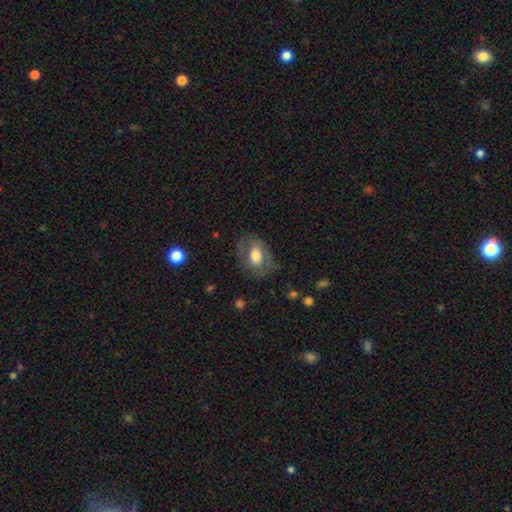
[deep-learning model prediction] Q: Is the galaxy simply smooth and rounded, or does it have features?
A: smooth — 57%.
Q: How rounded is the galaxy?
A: in between — 78%.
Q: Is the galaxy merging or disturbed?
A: none — 69%.